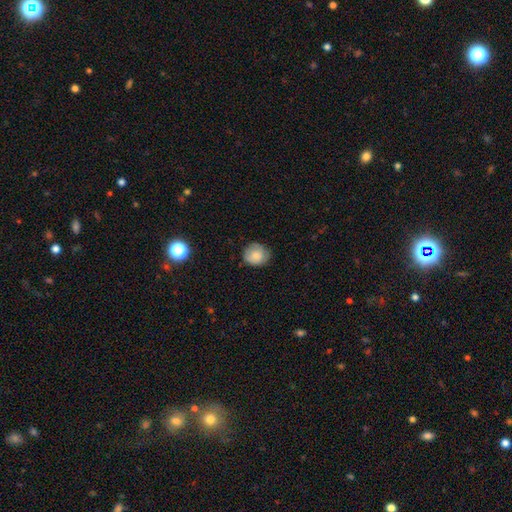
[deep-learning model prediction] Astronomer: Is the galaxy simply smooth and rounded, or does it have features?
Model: smooth — 79%.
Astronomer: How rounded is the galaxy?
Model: round — 82%.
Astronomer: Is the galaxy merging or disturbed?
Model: none — 73%.